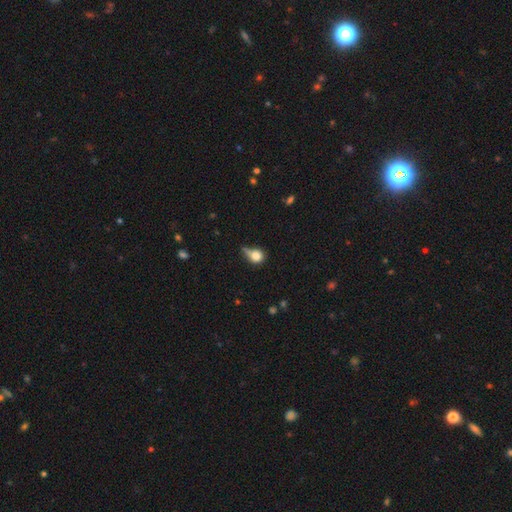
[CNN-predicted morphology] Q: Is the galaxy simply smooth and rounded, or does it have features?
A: smooth — 76%.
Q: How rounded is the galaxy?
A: round — 65%.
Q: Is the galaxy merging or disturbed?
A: minor disturbance — 33%.